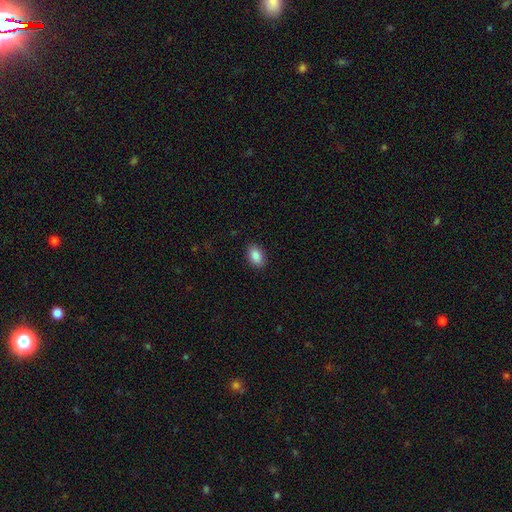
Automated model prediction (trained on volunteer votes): Smooth or featured: smooth — 88% (star or artifact — 8%)
How rounded: in between — 89% (round — 9%)
Merging: none — 89% (minor disturbance — 8%)